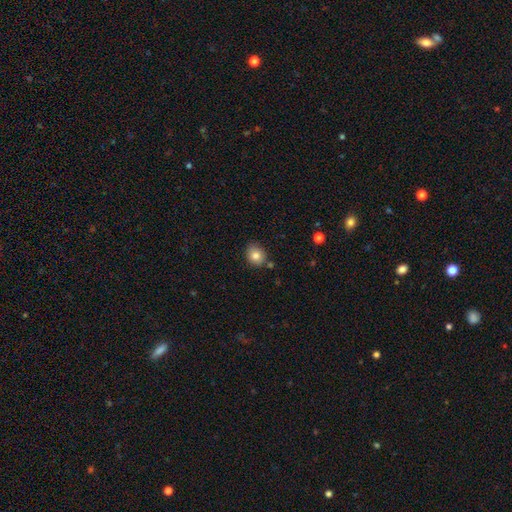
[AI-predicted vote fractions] Smooth or featured? Predicted: smooth (p=0.83). How rounded? Predicted: round (p=0.63). Merging? Predicted: none (p=0.79).